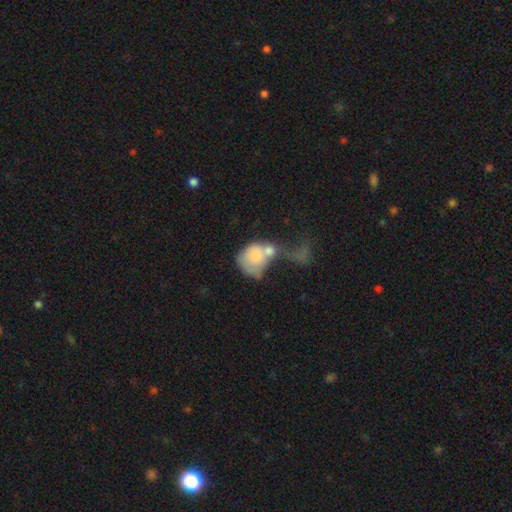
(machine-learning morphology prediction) A smooth galaxy with no disk features (67%) that is round (58%). Merging: merger (59%).